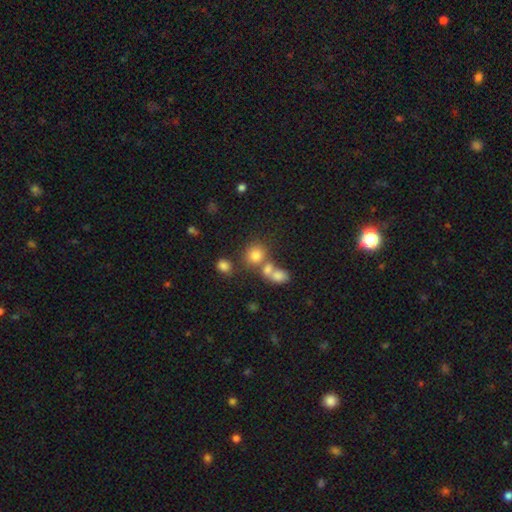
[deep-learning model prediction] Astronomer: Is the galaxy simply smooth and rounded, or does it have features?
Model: smooth — 76%.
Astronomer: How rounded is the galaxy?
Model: round — 77%.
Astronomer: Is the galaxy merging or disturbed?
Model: none — 51% (runner-up: merger, 35%).